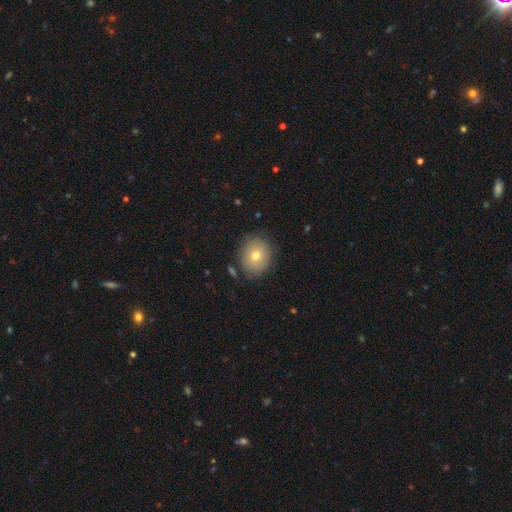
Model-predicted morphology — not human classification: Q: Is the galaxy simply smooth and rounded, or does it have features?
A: smooth — 72%.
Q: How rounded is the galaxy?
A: round — 64%.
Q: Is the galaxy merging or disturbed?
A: none — 80%.